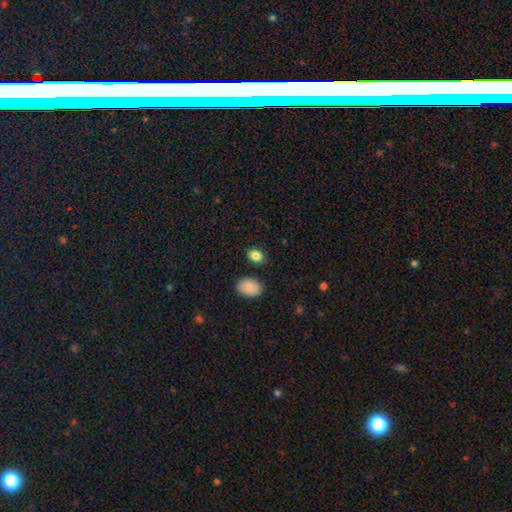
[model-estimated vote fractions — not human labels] Smooth or featured? smooth (86%)
How rounded? in between (67%)
Merging? none (84%)